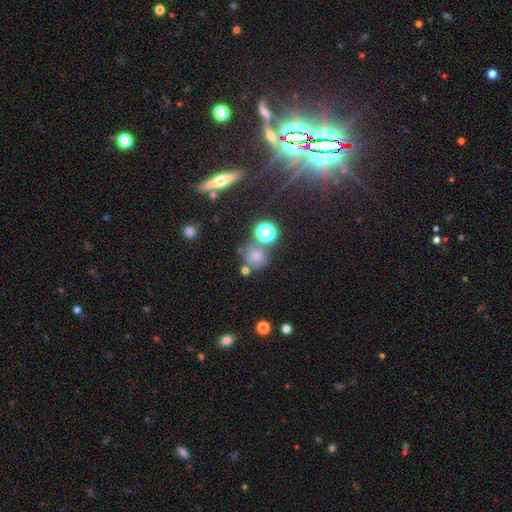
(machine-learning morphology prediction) type=smooth (63%); roundness=round (82%); merging=none (56%).